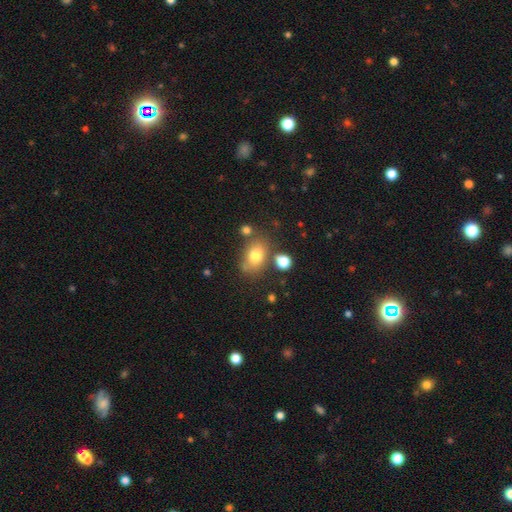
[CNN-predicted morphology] smooth 75%, featured or disk 13%, star or artifact 11%. Down the decision tree: how rounded — in between (74%); merging — none (69%).